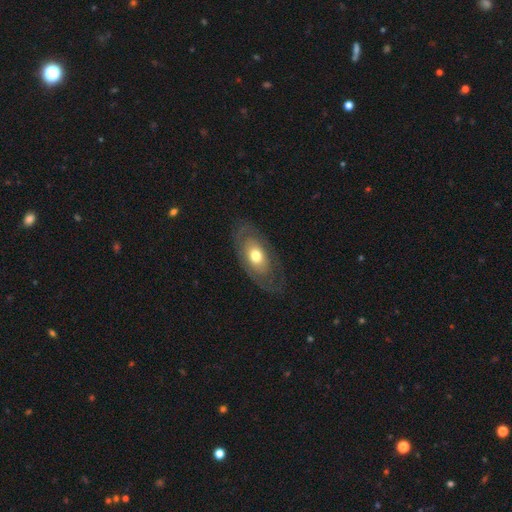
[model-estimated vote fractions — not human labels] featured or disk 57%, smooth 37%, star or artifact 6%. Down the decision tree: edge-on disk — no (88%); bar — no (87%); spiral arms — no (52%); bulge size — moderate (71%); merging — none (73%).